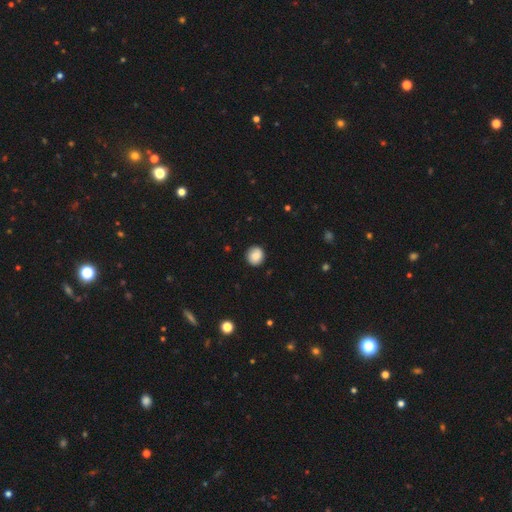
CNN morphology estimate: This appears to be a smooth galaxy with no disk features (86%) that is round (89%). Merging: none (90%).